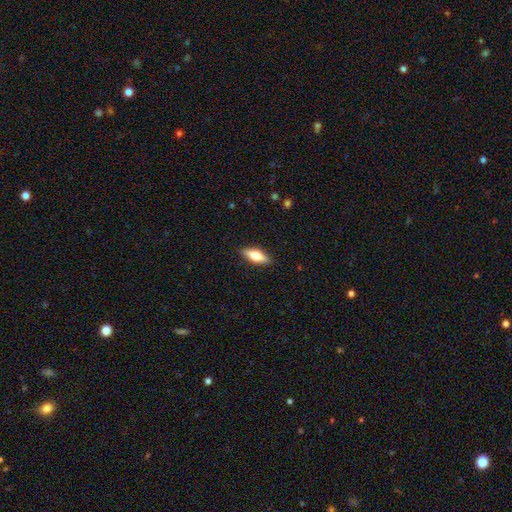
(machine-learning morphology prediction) smooth-or-featured: smooth: 56% | featured or disk: 37% | star or artifact: 6%
  how-rounded: in between: 62% | cigar-shaped: 35% | round: 3%
  merging: none: 88% | minor disturbance: 9% | major disturbance: 2% | merger: 1%